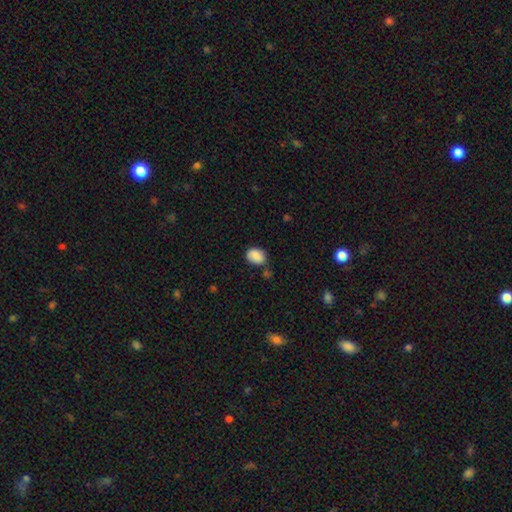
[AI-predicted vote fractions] This appears to be a smooth galaxy with no disk features (86%) that is in between round and cigar-shaped (66%). Merging: none (69%).